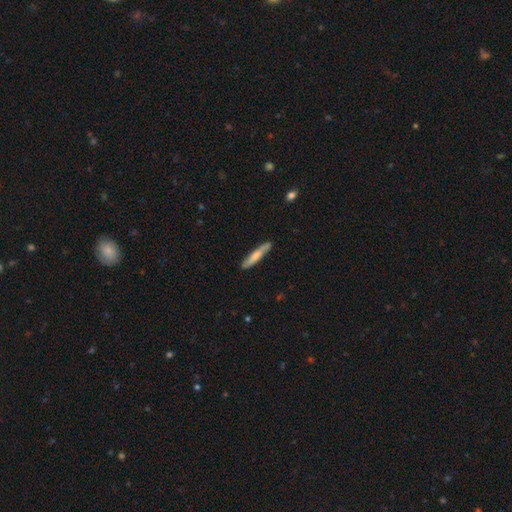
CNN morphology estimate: Smooth or featured: smooth — 68% (featured or disk — 27%)
How rounded: cigar-shaped — 92% (in between — 7%)
Merging: none — 86% (minor disturbance — 11%)